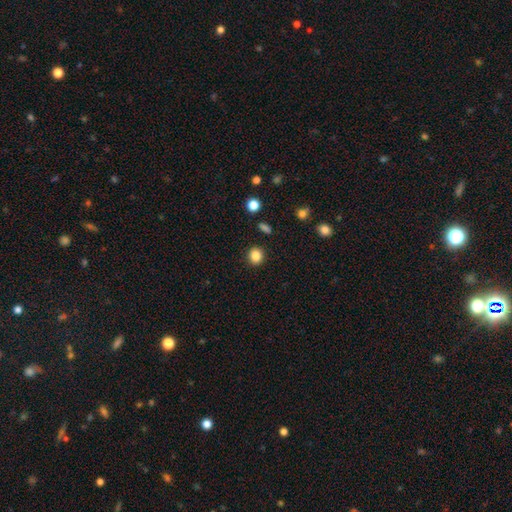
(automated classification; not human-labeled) Smooth or featured: smooth — 85% (star or artifact — 11%)
How rounded: round — 81% (in between — 18%)
Merging: none — 90% (minor disturbance — 6%)